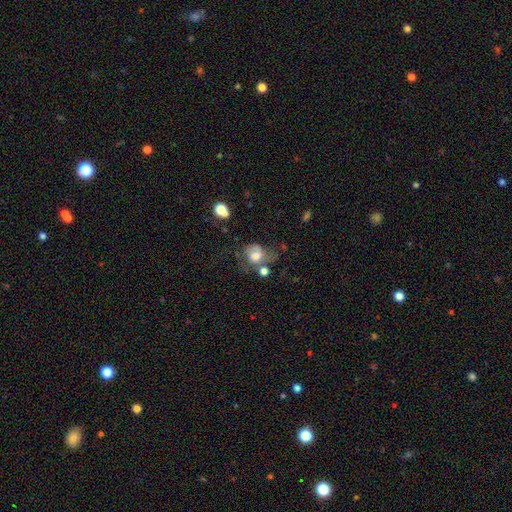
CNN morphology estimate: This is possibly a smooth galaxy (60%). How rounded: likely round (63%). Merging: marginally major disturbance (34%).